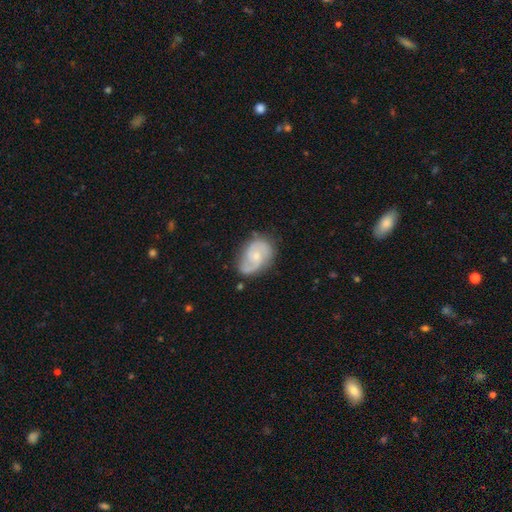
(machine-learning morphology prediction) type=featured or disk (74%); edge-on=no (97%); bar=no (69%); spiral arms=yes (93%); winding=medium (47%); arm count=2 (75%); bulge=small (61%); merging=none (68%).